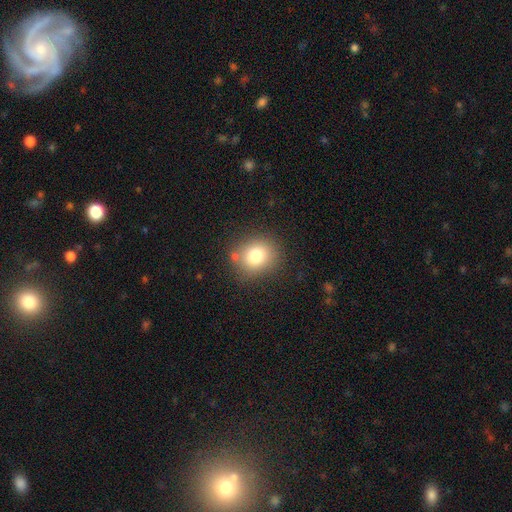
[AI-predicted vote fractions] Overall: smooth (78%). How rounded: round (73%). Merging: none (80%).